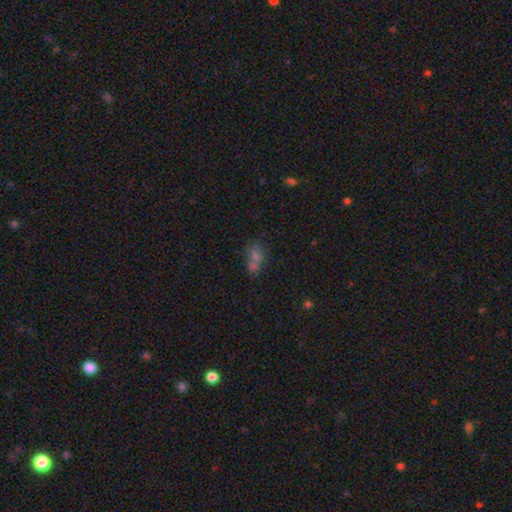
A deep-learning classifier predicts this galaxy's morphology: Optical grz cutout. It shows a smooth galaxy with no disk features (62%) that is in between round and cigar-shaped (51%). Merging: merger (55%).